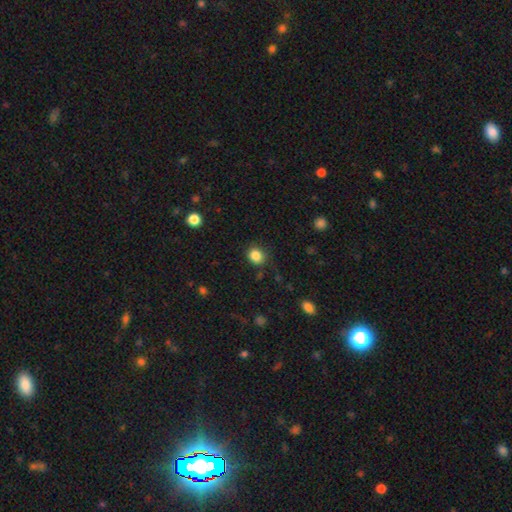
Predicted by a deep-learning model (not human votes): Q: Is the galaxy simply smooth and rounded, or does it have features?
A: smooth — 85%.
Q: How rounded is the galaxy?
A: round — 68%.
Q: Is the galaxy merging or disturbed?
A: none — 82%.